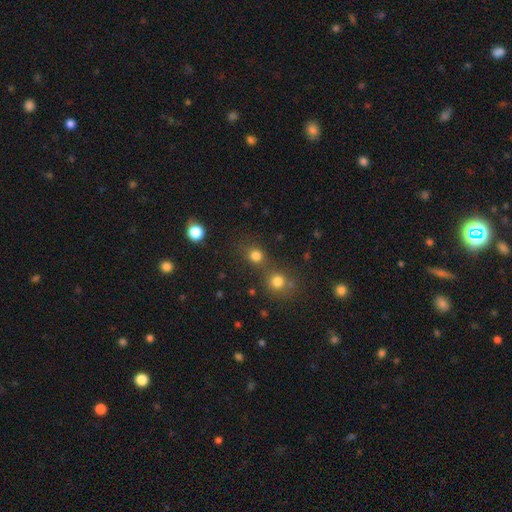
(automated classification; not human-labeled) Q: Smooth or featured?
A: smooth (78%); runner-up: star or artifact (16%)
Q: How rounded?
A: round (85%); runner-up: in between (14%)
Q: Merging?
A: none (57%); runner-up: merger (31%)